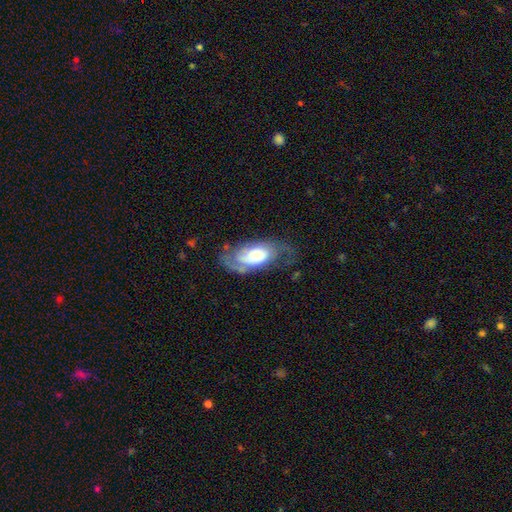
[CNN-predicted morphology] Smooth or featured? Predicted: featured or disk (p=0.64). Edge-on disk? Predicted: no (p=0.93). Bar? Predicted: no (p=0.70). Spiral arms? Predicted: yes (p=0.84). Bulge size? Predicted: large (p=0.44). Merging? Predicted: none (p=0.49).